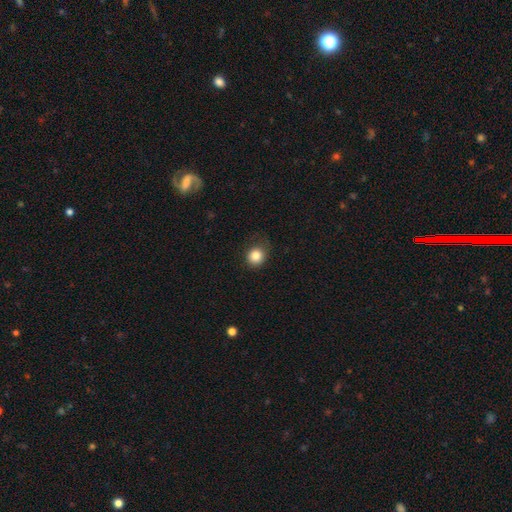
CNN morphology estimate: A smooth galaxy with no disk features (84%) that is round (80%).

Vote fractions:
- Smooth or featured? smooth: 84% / star or artifact: 11% / featured or disk: 5%
- How rounded? round: 80% / in between: 20% / cigar-shaped: 1%
- Merging? none: 75% / minor disturbance: 18% / major disturbance: 6% / merger: 1%